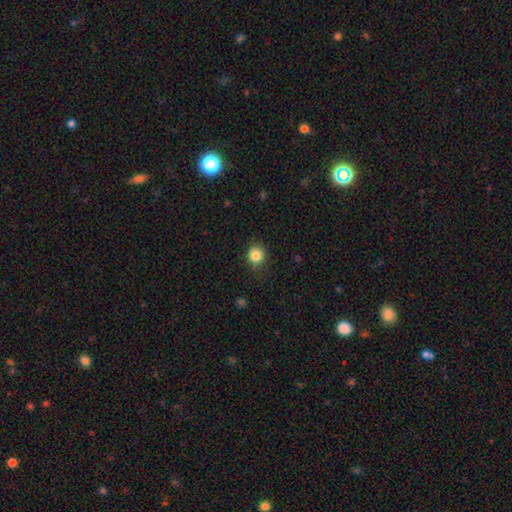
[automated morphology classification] Overall: smooth (85%). How rounded: round (88%). Merging: none (83%).